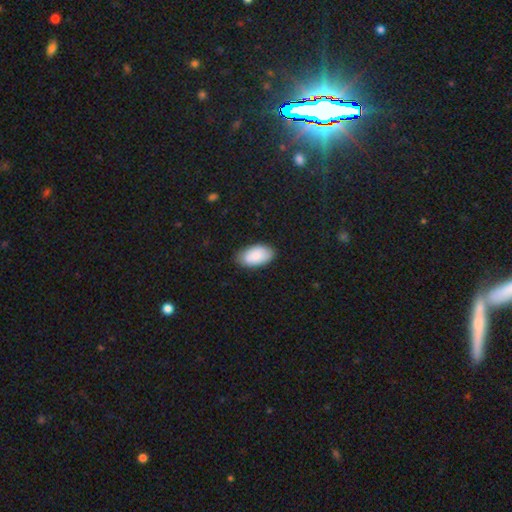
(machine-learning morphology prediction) smooth 89%, star or artifact 6%, featured or disk 6%. Down the decision tree: how rounded — in between (95%); merging — none (80%).